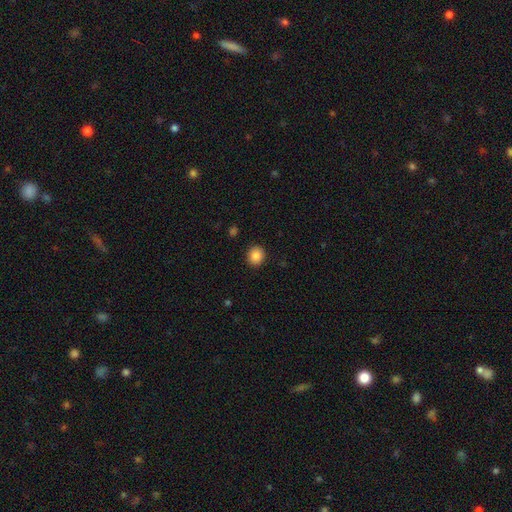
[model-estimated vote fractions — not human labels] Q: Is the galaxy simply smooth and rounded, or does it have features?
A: smooth — 86%.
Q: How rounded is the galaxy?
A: round — 79%.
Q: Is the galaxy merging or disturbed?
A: none — 91%.